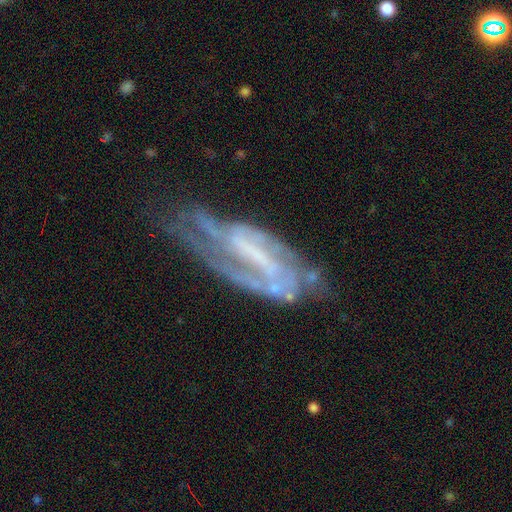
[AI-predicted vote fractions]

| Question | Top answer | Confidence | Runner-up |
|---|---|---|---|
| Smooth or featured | featured or disk | 82% | smooth (10%) |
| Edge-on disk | no | 91% | yes (9%) |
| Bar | strong | 45% | weak (35%) |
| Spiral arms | yes | 88% | no (12%) |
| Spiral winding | medium | 42% | tight (39%) |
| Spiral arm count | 2 | 47% | can't tell (27%) |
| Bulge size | none | 51% | small (30%) |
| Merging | none | 46% | minor disturbance (26%) |